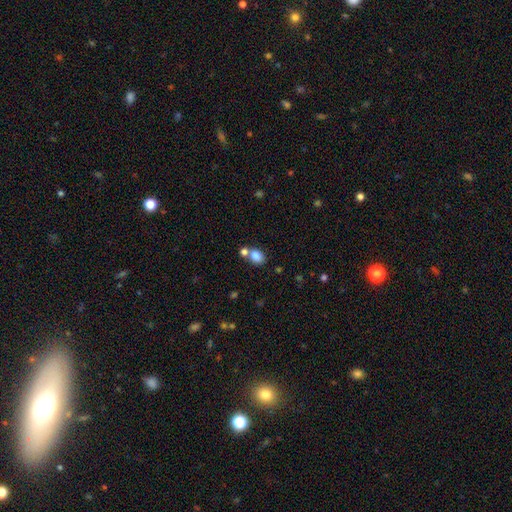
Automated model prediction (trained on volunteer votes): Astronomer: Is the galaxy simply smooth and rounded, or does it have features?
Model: smooth — 84%.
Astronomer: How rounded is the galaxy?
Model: in between — 66%.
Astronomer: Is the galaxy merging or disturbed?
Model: none — 55% (runner-up: merger, 30%).